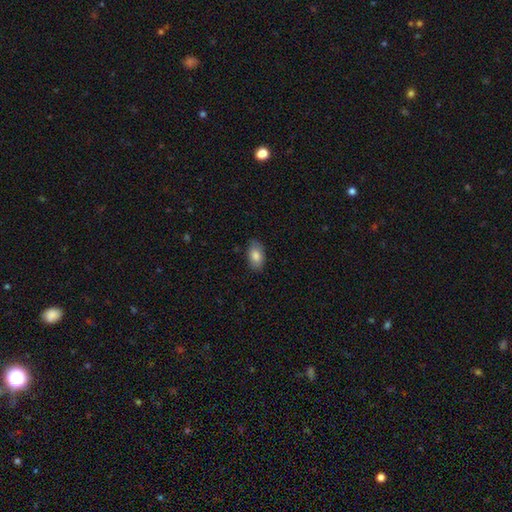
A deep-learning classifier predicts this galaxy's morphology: smooth-or-featured: smooth: 84% | featured or disk: 9% | star or artifact: 7%
  how-rounded: in between: 93% | round: 5% | cigar-shaped: 3%
  merging: none: 84% | minor disturbance: 12% | major disturbance: 3% | merger: 1%